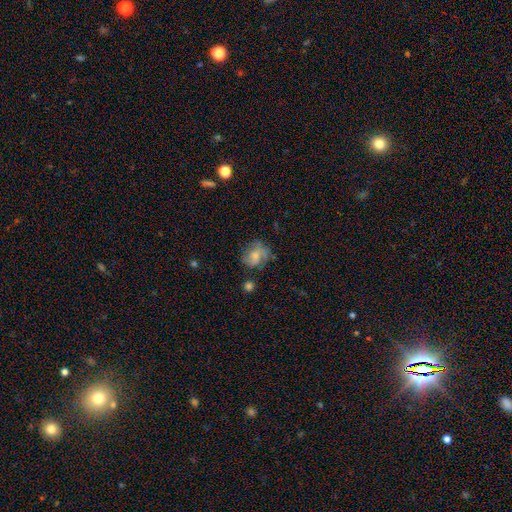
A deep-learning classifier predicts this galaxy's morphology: The model was most divided on "smooth or featured": featured or disk: 49%, smooth: 41%, star or artifact: 9%. More confident: merging — none (59%).